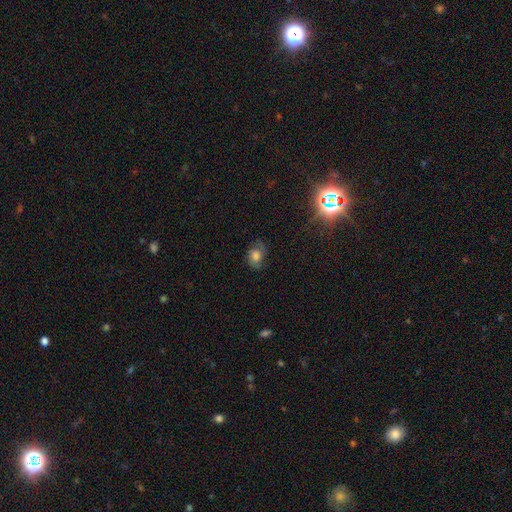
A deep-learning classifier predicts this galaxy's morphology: Smooth or featured?
  - smooth: 50% *
  - featured or disk: 36%
  - star or artifact: 14%
How rounded?
  - in between: 61% *
  - round: 38%
  - cigar-shaped: 1%
Merging?
  - none: 61% *
  - minor disturbance: 25%
  - major disturbance: 13%
  - merger: 1%